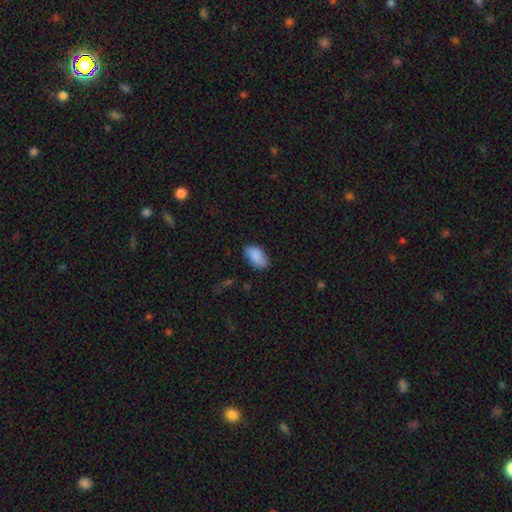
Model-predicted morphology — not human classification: smooth 88%, star or artifact 7%, featured or disk 5%. Down the decision tree: how rounded — in between (94%); merging — none (78%).